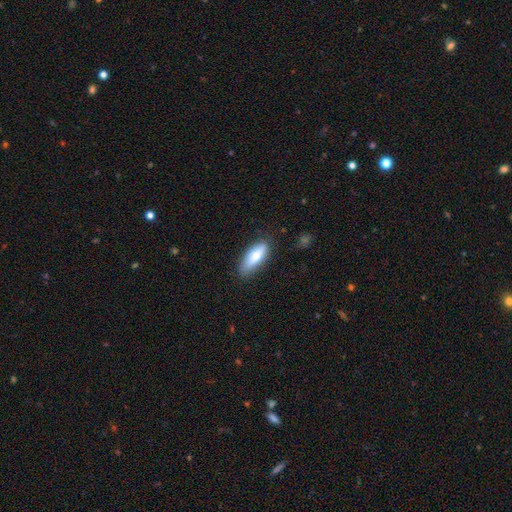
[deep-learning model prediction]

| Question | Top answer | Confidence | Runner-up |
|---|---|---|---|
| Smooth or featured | smooth | 80% | featured or disk (14%) |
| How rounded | in between | 64% | cigar-shaped (34%) |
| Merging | none | 80% | minor disturbance (16%) |